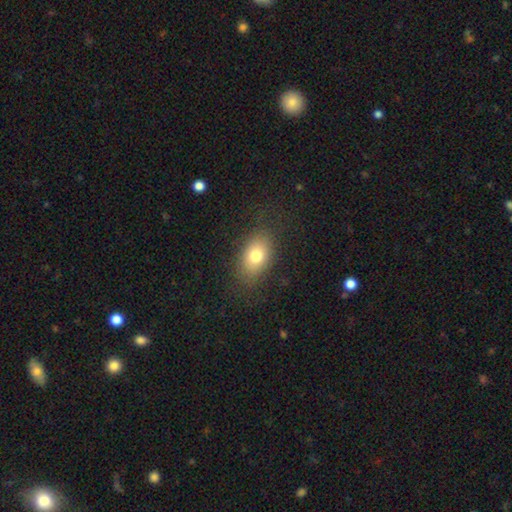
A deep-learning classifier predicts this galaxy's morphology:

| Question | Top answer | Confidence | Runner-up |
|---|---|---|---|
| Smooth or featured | smooth | 75% | featured or disk (14%) |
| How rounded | in between | 81% | round (17%) |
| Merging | none | 81% | minor disturbance (12%) |